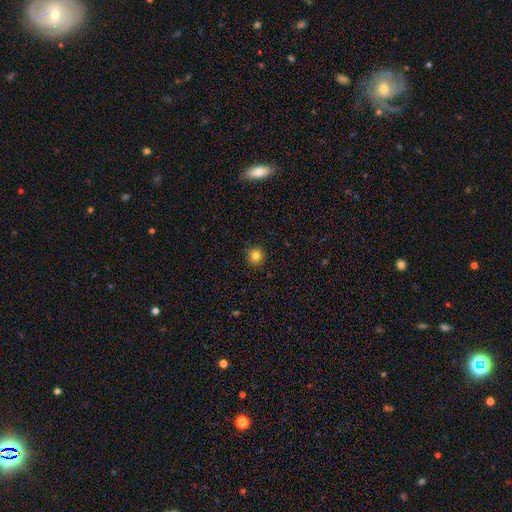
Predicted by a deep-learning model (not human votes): Smooth or featured? smooth (81%)
How rounded? round (94%)
Merging? none (92%)